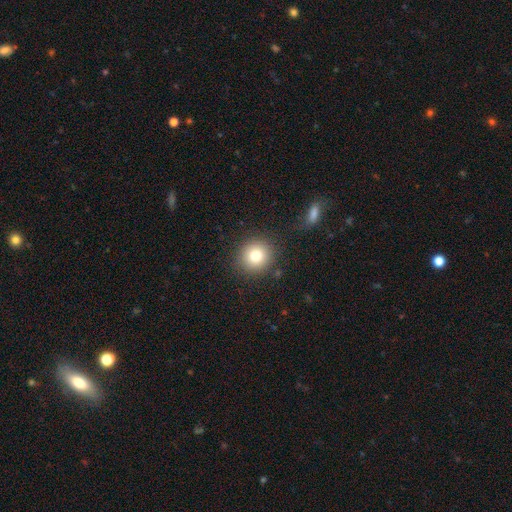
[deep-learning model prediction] Overall: smooth (80%). How rounded: round (86%). Merging: none (86%).